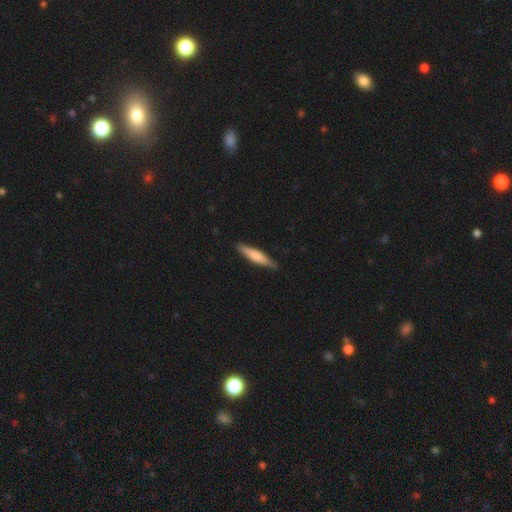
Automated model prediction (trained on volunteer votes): The model was most divided on "smooth or featured": smooth: 64%, featured or disk: 31%, star or artifact: 5%. More confident: merging — none (88%); how rounded — cigar-shaped (85%).